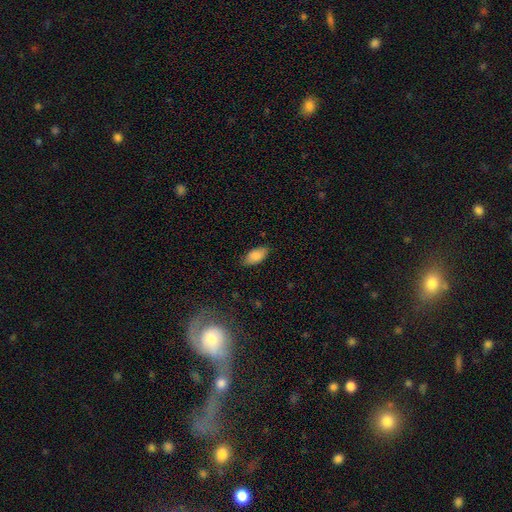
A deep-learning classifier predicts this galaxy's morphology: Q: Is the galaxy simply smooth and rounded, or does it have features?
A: smooth — 86%.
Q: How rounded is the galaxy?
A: in between — 92%.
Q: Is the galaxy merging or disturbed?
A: none — 83%.